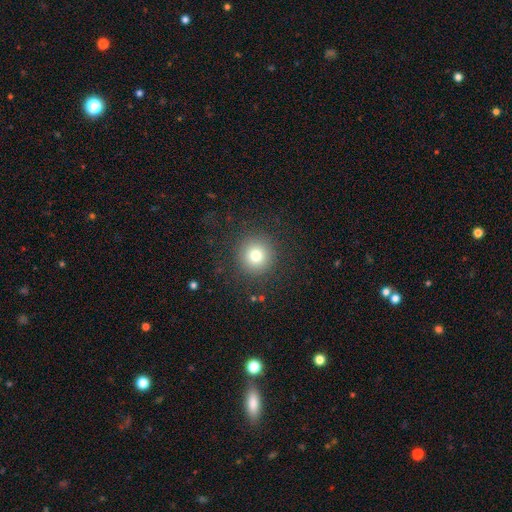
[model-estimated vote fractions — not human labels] smooth_or_featured: smooth (p=0.76) [alt: star or artifact p=0.14]
how_rounded: round (p=0.95) [alt: in between p=0.04]
merging: none (p=0.89) [alt: minor disturbance p=0.06]